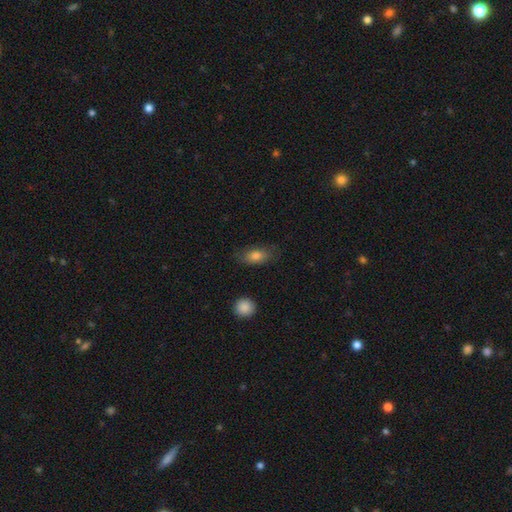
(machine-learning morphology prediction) Smooth or featured? smooth (81%)
How rounded? in between (85%)
Merging? none (77%)